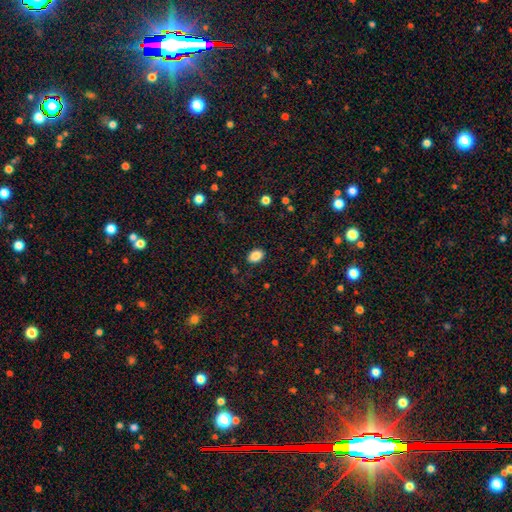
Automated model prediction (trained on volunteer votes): This is clearly a smooth galaxy (87%). How rounded: clearly in between (83%). Merging: clearly none (87%).